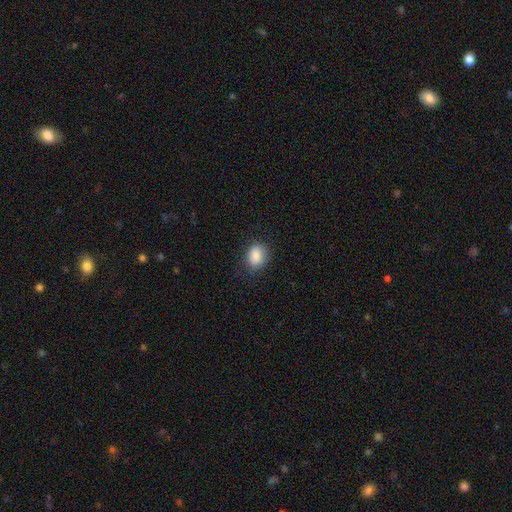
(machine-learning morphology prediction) Overall: smooth (87%). How rounded: in between (53%; round 46%). Merging: none (81%).